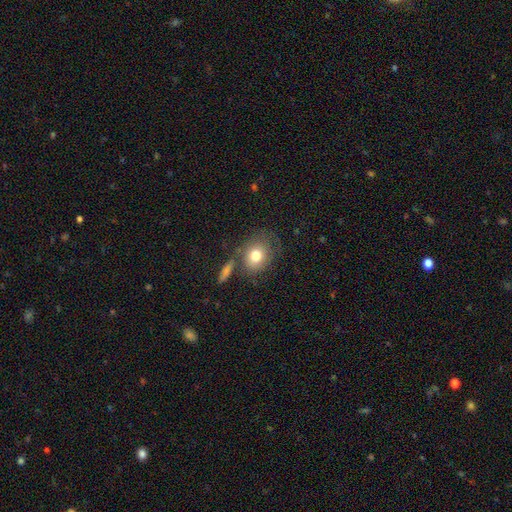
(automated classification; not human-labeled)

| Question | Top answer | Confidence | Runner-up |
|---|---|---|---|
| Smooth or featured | smooth | 77% | featured or disk (14%) |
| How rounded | round | 55% | in between (43%) |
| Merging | none | 63% | minor disturbance (17%) |